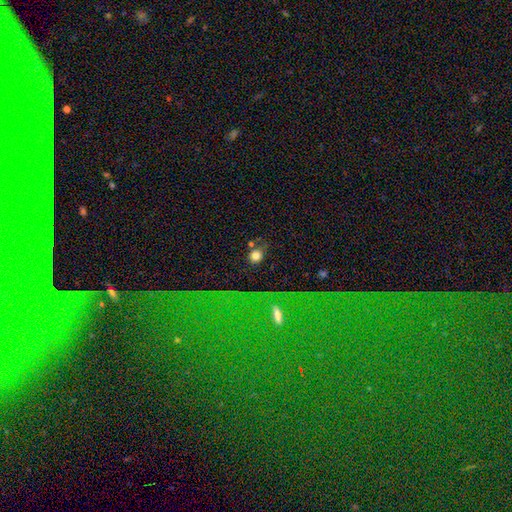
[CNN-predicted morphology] A smooth galaxy with no disk features (77%) that is round (82%). Merging: none (65%).